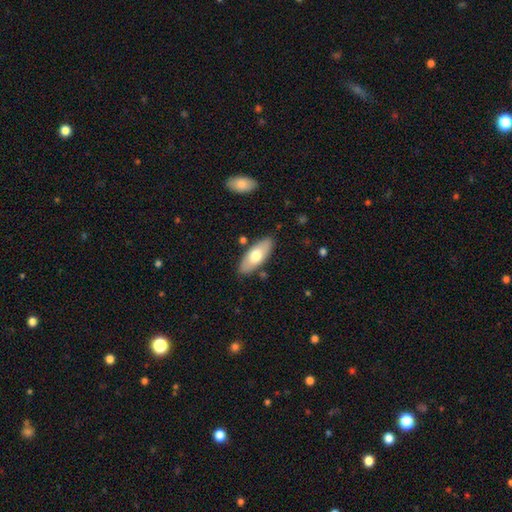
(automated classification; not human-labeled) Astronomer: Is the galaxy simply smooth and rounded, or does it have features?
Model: smooth — 66%.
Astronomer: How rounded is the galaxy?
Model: in between — 82%.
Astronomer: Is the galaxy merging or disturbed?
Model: none — 84%.